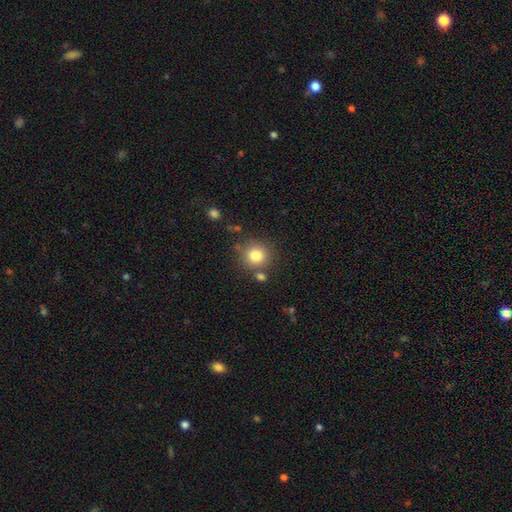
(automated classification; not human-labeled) Smooth or featured? smooth (81%)
How rounded? round (91%)
Merging? none (77%)